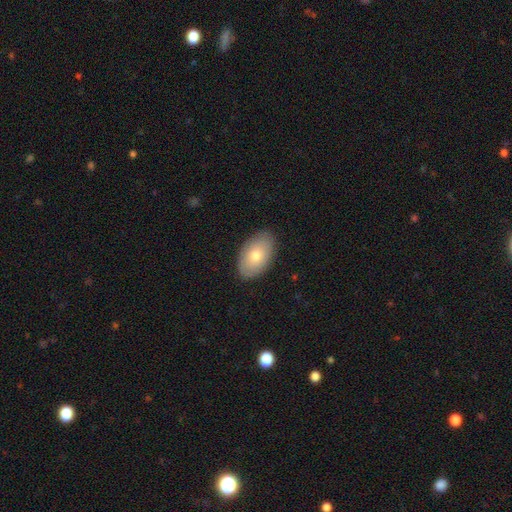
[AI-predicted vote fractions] A smooth galaxy with no disk features (72%) that is in between round and cigar-shaped (93%). Merging: none (86%).